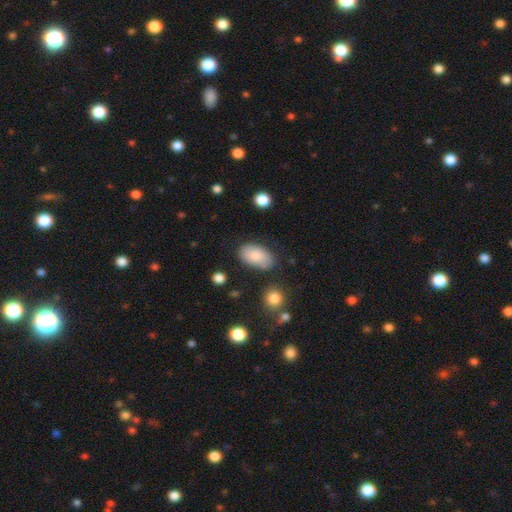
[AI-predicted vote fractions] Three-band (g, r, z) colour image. It shows a smooth galaxy with no disk features (83%) that is in between round and cigar-shaped (93%). Merging: none (76%).